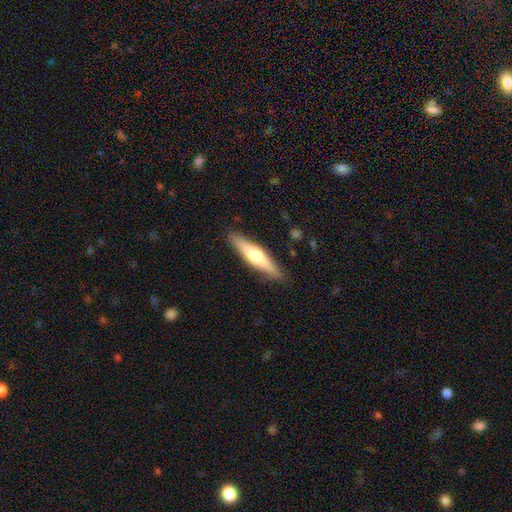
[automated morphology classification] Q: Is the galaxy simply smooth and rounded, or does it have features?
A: smooth — 48%.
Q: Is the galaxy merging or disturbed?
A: none — 88%.